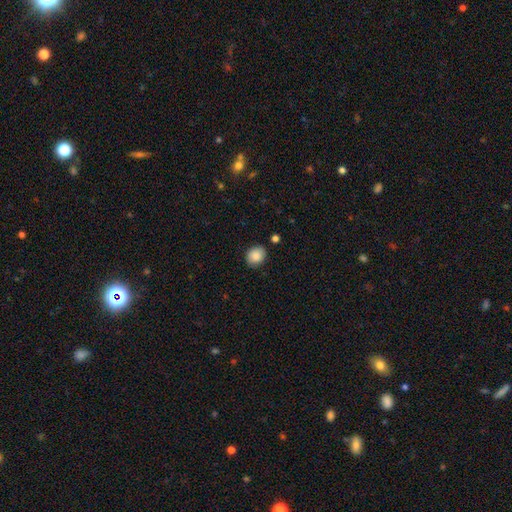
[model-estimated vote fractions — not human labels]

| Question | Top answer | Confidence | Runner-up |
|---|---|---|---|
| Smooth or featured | smooth | 88% | star or artifact (8%) |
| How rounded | round | 60% | in between (39%) |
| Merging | none | 84% | minor disturbance (11%) |